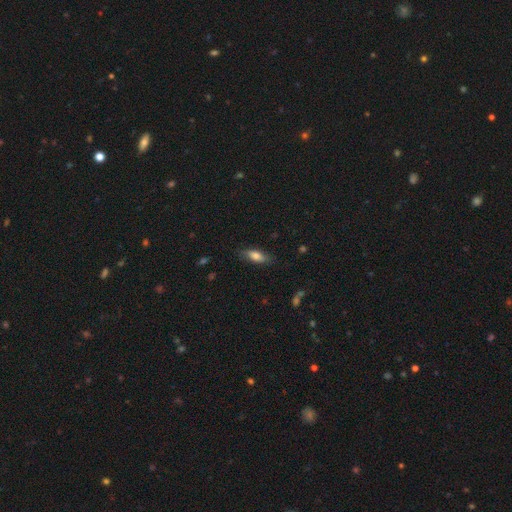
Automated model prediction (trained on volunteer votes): smooth_or_featured: smooth (p=0.74) [alt: featured or disk p=0.18]
how_rounded: in between (p=0.65) [alt: cigar-shaped p=0.33]
merging: none (p=0.79) [alt: minor disturbance p=0.16]